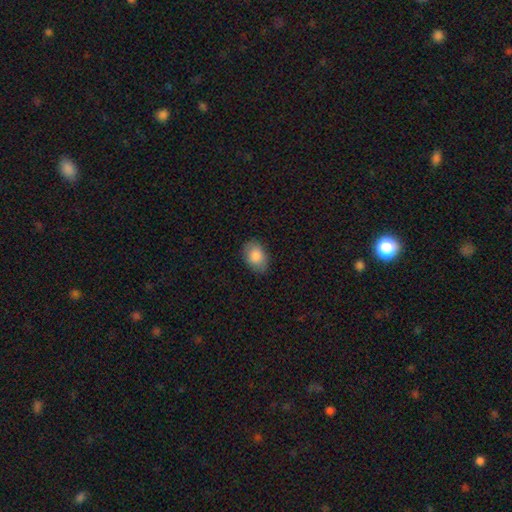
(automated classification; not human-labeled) Q: Smooth or featured?
A: smooth (86%); runner-up: star or artifact (7%)
Q: How rounded?
A: in between (84%); runner-up: round (14%)
Q: Merging?
A: none (81%); runner-up: minor disturbance (15%)